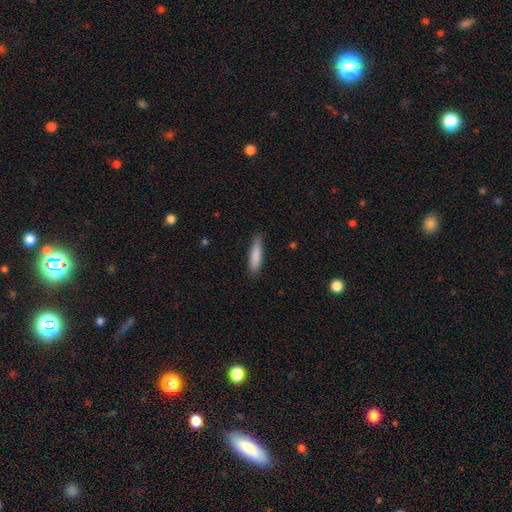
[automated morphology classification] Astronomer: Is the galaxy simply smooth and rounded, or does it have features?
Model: smooth — 85%.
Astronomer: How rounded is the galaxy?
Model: cigar-shaped — 77%.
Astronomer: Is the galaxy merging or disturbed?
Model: none — 83%.